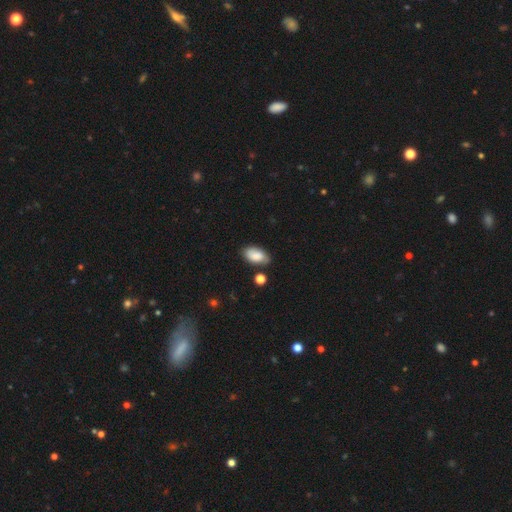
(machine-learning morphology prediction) smooth_or_featured: smooth (p=0.81) [alt: featured or disk p=0.11]
how_rounded: in between (p=0.94) [alt: round p=0.04]
merging: none (p=0.72) [alt: minor disturbance p=0.19]